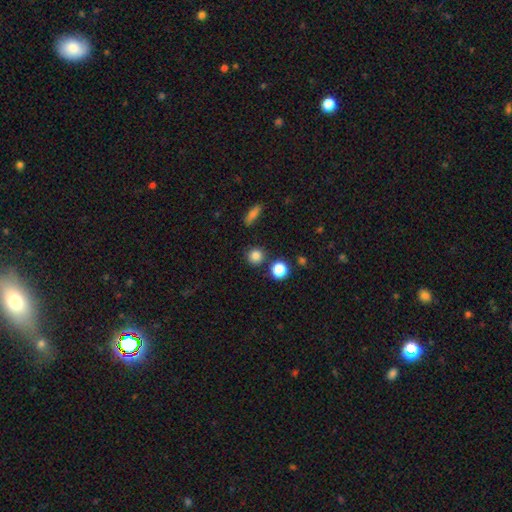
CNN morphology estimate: A smooth galaxy with no disk features (83%) that is round (92%). Merging: none (85%).